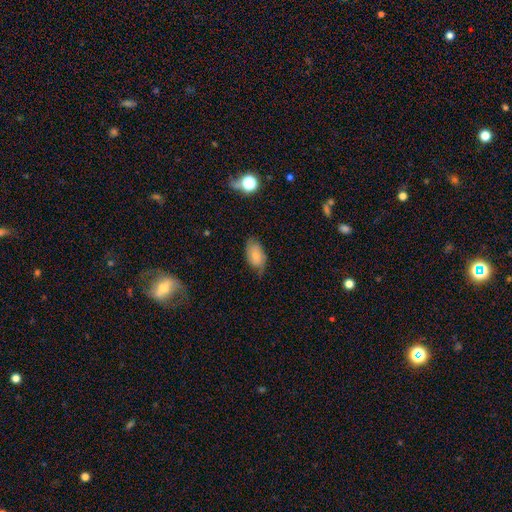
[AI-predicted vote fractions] A smooth galaxy with no disk features (62%) that is in between round and cigar-shaped (92%). Merging: none (65%).